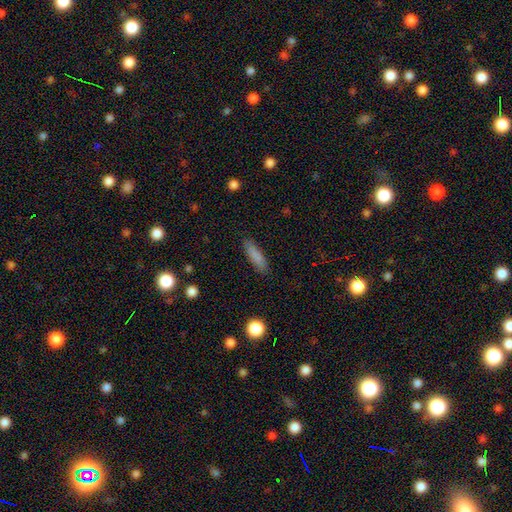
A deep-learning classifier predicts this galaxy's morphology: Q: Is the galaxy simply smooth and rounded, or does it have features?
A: smooth — 84%.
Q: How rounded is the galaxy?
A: cigar-shaped — 67%.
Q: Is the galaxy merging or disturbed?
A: none — 86%.